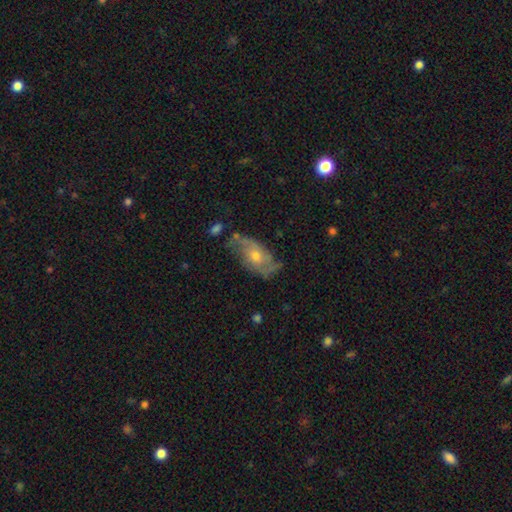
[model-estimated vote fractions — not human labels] Overall: featured or disk (70%). Edge-on disk: no (92%). Bar: no (75%). Spiral arms: yes (83%). Spiral arm count: 2 (71%). Spiral winding: loose (42%; medium 38%). Bulge size: moderate (53%; small 41%). Merging: none (58%; minor disturbance 25%).